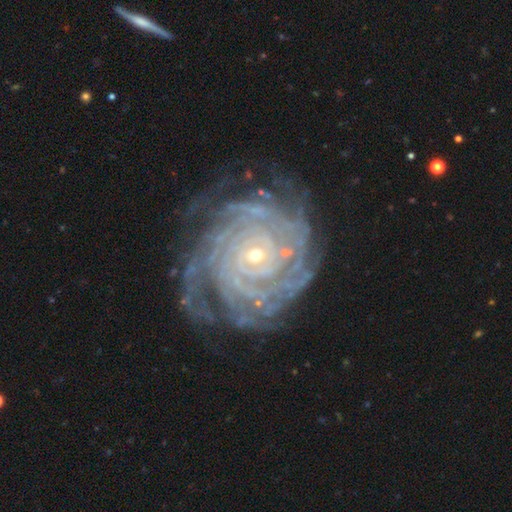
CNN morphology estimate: Overall: featured or disk (92%). Edge-on disk: no (98%). Bar: no (70%). Spiral arms: yes (98%). Spiral arm count: more than 4 (26%; can't tell 22%). Spiral winding: tight (86%). Bulge size: small (70%). Merging: none (72%).